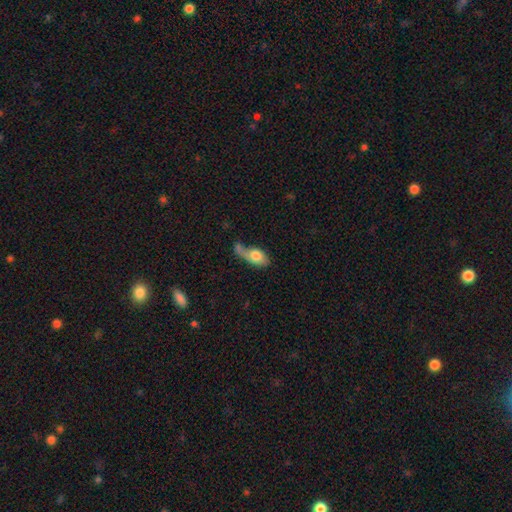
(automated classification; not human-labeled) The model was most divided on "merging": major disturbance: 31%, none: 25%, merger: 22%, minor disturbance: 22%. More confident: how rounded — in between (82%); smooth or featured — smooth (68%).